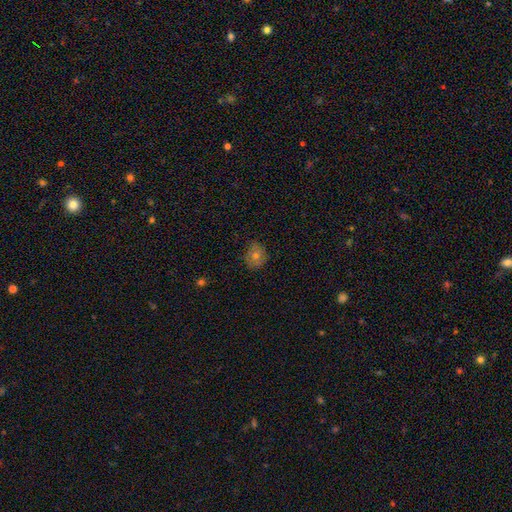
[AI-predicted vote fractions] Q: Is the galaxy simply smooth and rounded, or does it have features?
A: smooth — 55%.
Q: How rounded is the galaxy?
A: round — 75%.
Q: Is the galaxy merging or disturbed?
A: none — 78%.